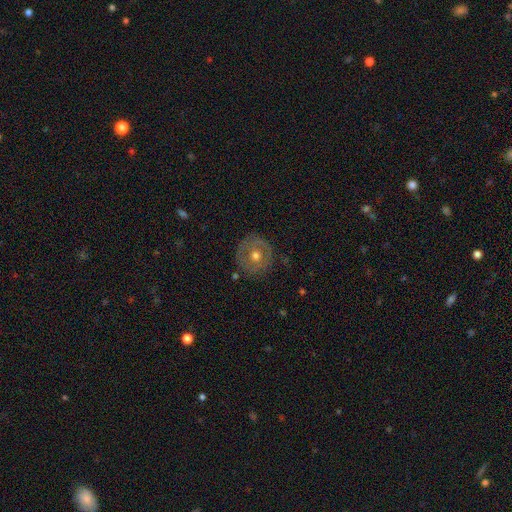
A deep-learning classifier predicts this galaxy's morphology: Q: Smooth or featured?
A: featured or disk (55%); runner-up: smooth (37%)
Q: Edge-on disk?
A: no (96%); runner-up: yes (4%)
Q: Bar?
A: no (84%); runner-up: weak (12%)
Q: Spiral arms?
A: no (66%); runner-up: yes (34%)
Q: Bulge size?
A: moderate (77%); runner-up: small (17%)
Q: Merging?
A: none (83%); runner-up: minor disturbance (12%)